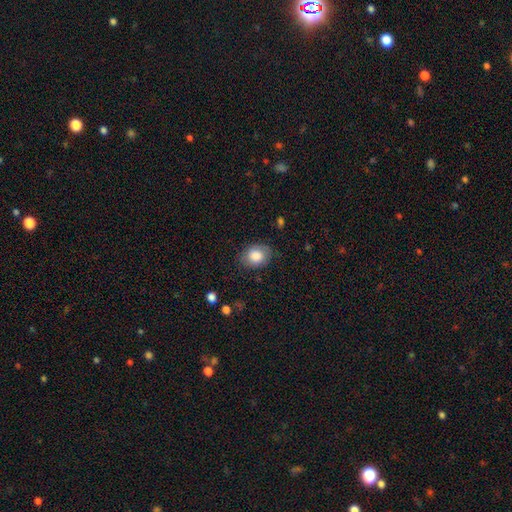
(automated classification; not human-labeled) Smooth or featured? smooth (83%)
How rounded? in between (62%)
Merging? none (78%)